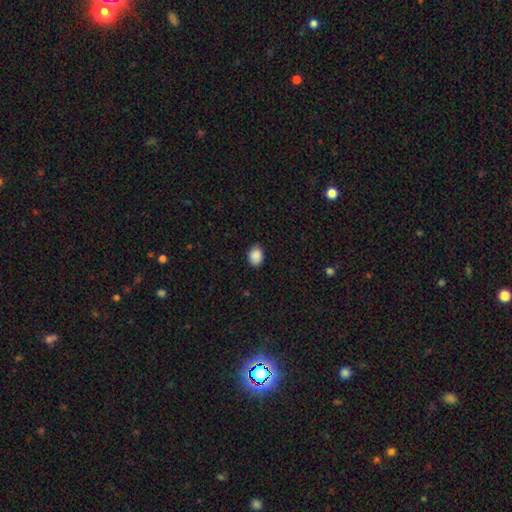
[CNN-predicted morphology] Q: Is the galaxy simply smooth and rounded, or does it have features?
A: smooth — 89%.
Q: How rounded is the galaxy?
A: in between — 66%.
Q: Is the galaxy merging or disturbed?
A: none — 85%.